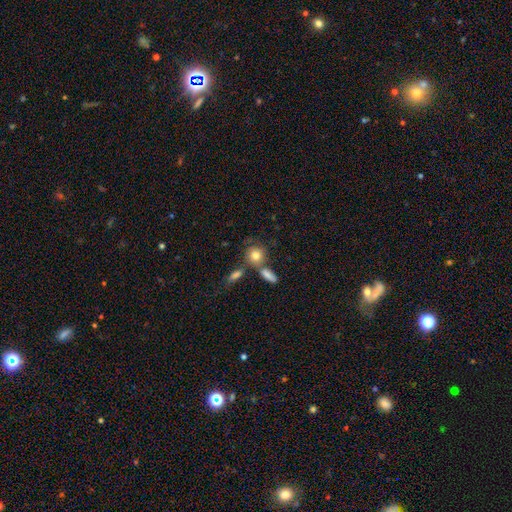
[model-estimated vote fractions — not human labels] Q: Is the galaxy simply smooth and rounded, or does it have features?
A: smooth — 78%.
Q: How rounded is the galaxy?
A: round — 72%.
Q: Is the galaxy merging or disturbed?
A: none — 55%.